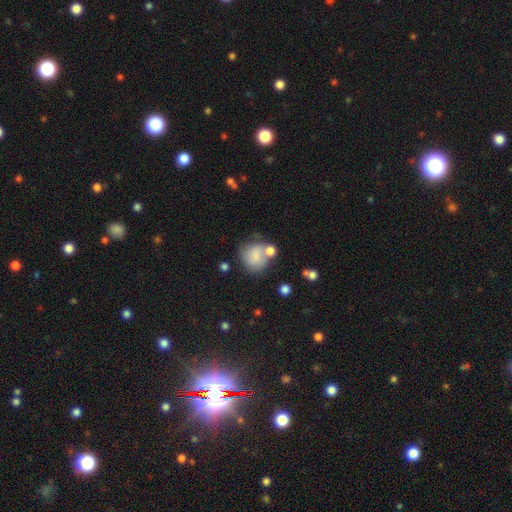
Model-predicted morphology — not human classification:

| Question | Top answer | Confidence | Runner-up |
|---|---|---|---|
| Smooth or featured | smooth | 72% | featured or disk (19%) |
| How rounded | round | 78% | in between (21%) |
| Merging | none | 44% | merger (28%) |